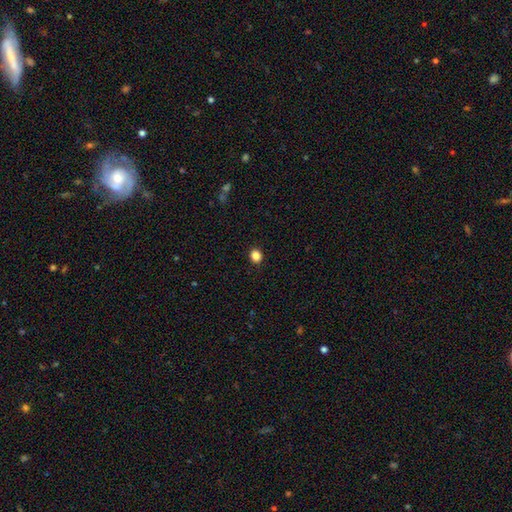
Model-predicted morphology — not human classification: Smooth or featured?
  - smooth: 86% *
  - star or artifact: 11%
  - featured or disk: 3%
How rounded?
  - round: 68% *
  - in between: 31%
  - cigar-shaped: 1%
Merging?
  - none: 91% *
  - minor disturbance: 6%
  - major disturbance: 2%
  - merger: 1%